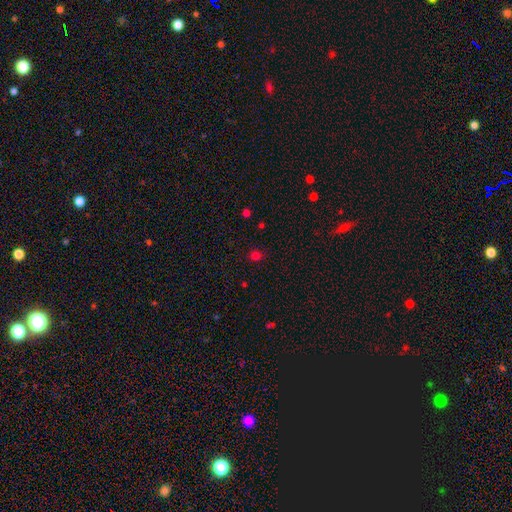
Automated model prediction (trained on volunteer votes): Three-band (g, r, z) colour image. It shows a smooth galaxy with no disk features (73%) that is round (82%). Merging: none (88%).